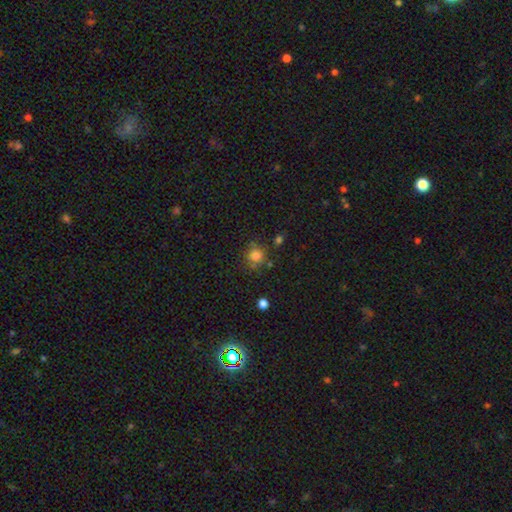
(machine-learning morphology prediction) smooth 78%, star or artifact 14%, featured or disk 8%. Down the decision tree: how rounded — round (85%); merging — none (70%).